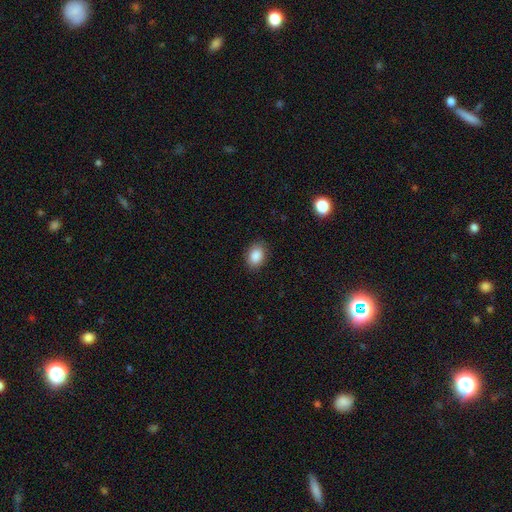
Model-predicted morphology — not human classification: A smooth galaxy with no disk features (88%) that is in between round and cigar-shaped (79%). Merging: none (86%).